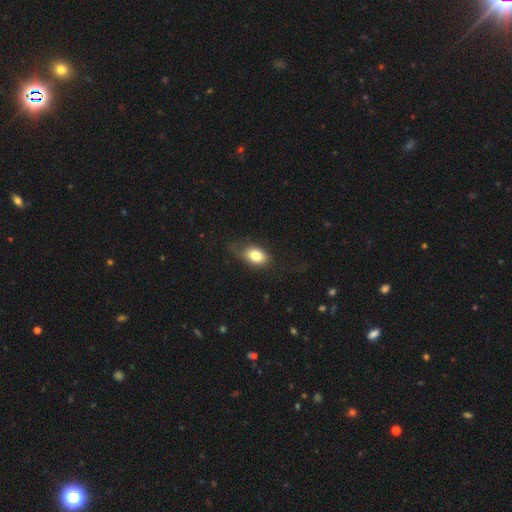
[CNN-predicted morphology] A smooth galaxy with no disk features (79%) that is in between round and cigar-shaped (84%). Merging: none (60%).